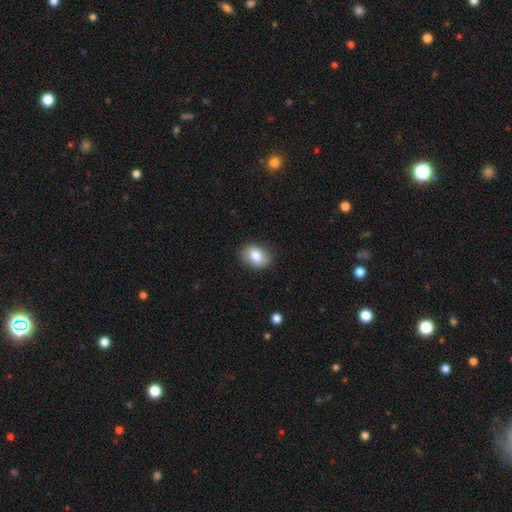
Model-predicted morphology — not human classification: A smooth galaxy with no disk features (82%) that is in between round and cigar-shaped (76%).

Vote fractions:
- Smooth or featured? smooth: 82% / featured or disk: 10% / star or artifact: 7%
- How rounded? in between: 76% / round: 23% / cigar-shaped: 1%
- Merging? none: 83% / minor disturbance: 13% / major disturbance: 3% / merger: 1%